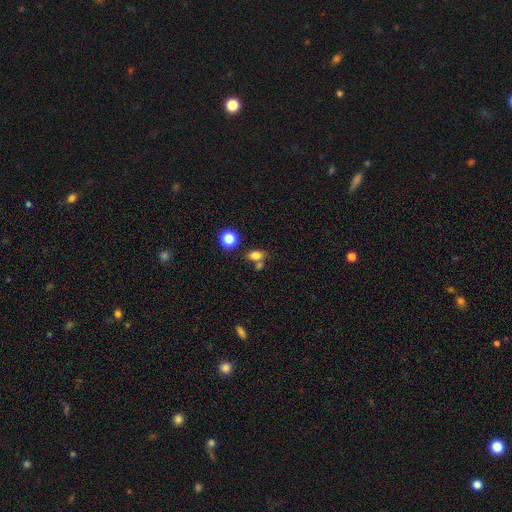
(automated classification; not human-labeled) Q: Smooth or featured?
A: smooth (79%); runner-up: star or artifact (13%)
Q: How rounded?
A: in between (75%); runner-up: round (22%)
Q: Merging?
A: none (59%); runner-up: merger (24%)